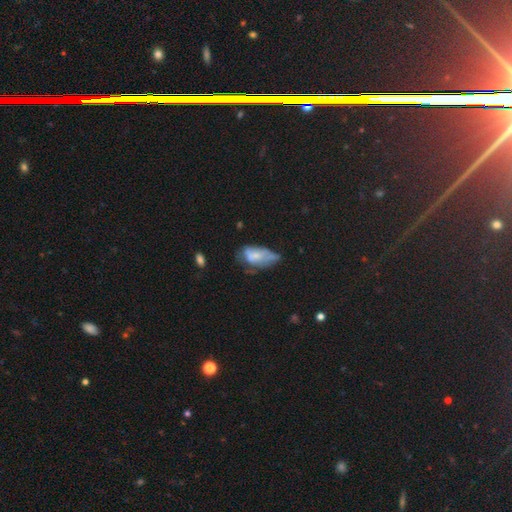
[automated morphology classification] The model was most divided on "merging": minor disturbance: 36%, major disturbance: 32%, none: 26%, merger: 6%. More confident: how rounded — in between (90%); smooth or featured — smooth (57%).